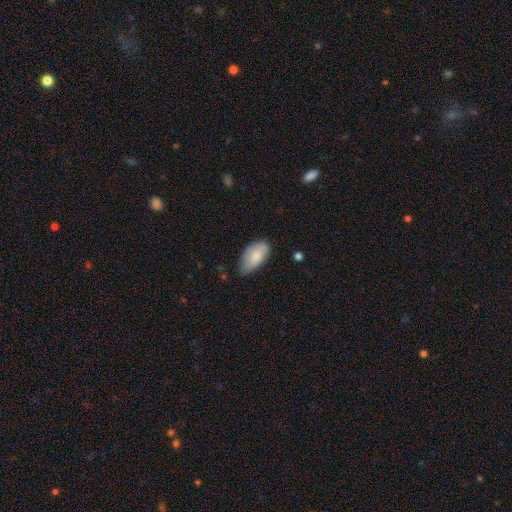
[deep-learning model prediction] Smooth or featured: smooth — 80% (featured or disk — 14%)
How rounded: in between — 94% (cigar-shaped — 3%)
Merging: none — 57% (minor disturbance — 35%)